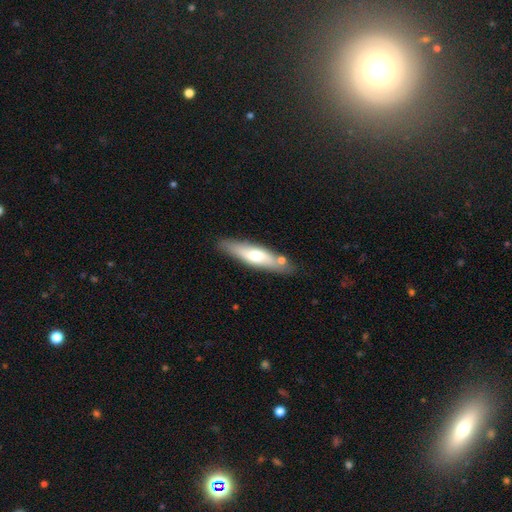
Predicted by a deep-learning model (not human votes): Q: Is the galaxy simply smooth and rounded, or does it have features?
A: smooth — 55%.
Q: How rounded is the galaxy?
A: cigar-shaped — 67%.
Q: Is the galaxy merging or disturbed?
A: none — 75%.